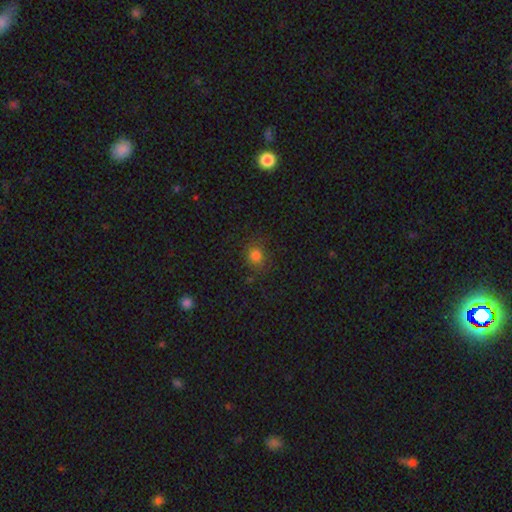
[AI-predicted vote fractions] Morphology: type=smooth (79%); roundness=round (78%); merging=none (82%).